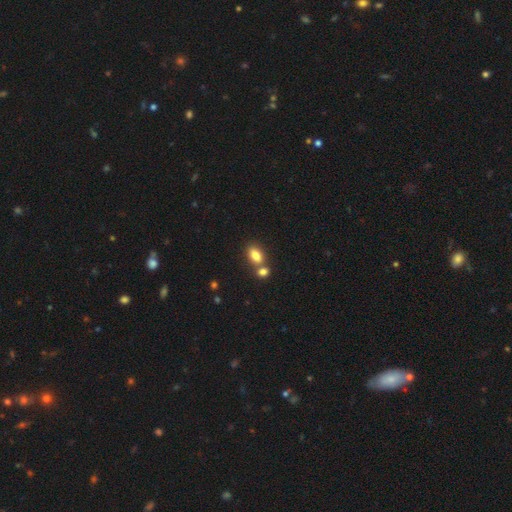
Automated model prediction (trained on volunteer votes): The model was most divided on "merging": none: 49%, merger: 39%, minor disturbance: 9%, major disturbance: 3%. More confident: how rounded — in between (86%); smooth or featured — smooth (83%).